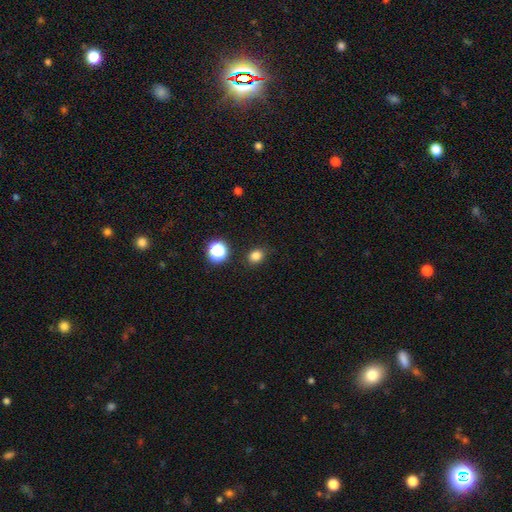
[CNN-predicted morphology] smooth 81%, star or artifact 14%, featured or disk 4%. Down the decision tree: how rounded — round (61%); merging — none (84%).